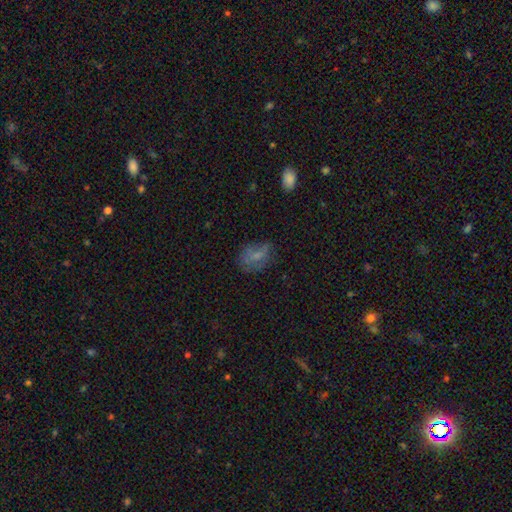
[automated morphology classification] Smooth or featured? Predicted: smooth (p=0.63). How rounded? Predicted: in between (p=0.69). Merging? Predicted: none (p=0.50).